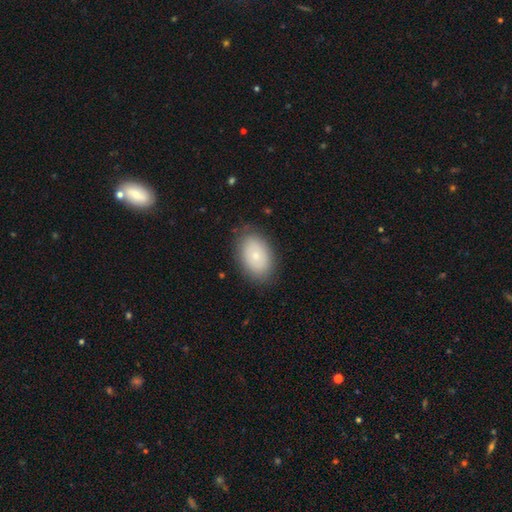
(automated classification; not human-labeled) A smooth galaxy with no disk features (75%) that is in between round and cigar-shaped (88%). Merging: none (83%).